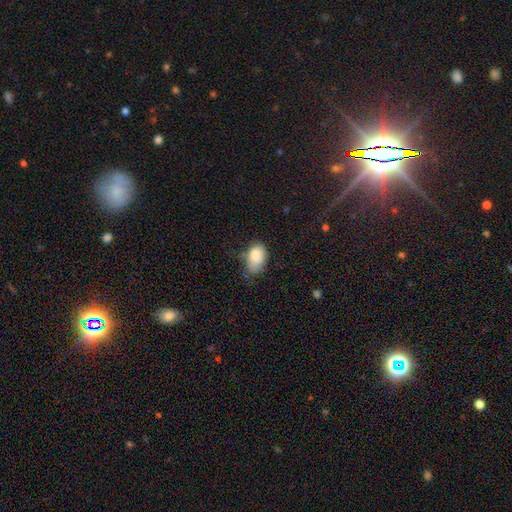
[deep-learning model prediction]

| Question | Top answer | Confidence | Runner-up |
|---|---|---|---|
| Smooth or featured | smooth | 83% | featured or disk (9%) |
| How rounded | in between | 89% | round (10%) |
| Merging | none | 48% | minor disturbance (38%) |